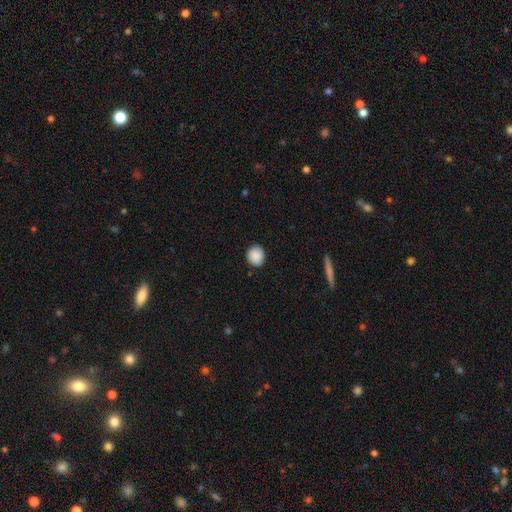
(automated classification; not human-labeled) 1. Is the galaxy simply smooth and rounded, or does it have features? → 90% smooth, 7% star or artifact, 3% featured or disk.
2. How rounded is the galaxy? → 83% round, 16% in between, 1% cigar-shaped.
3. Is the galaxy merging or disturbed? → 89% none, 8% minor disturbance, 2% major disturbance, 1% merger.